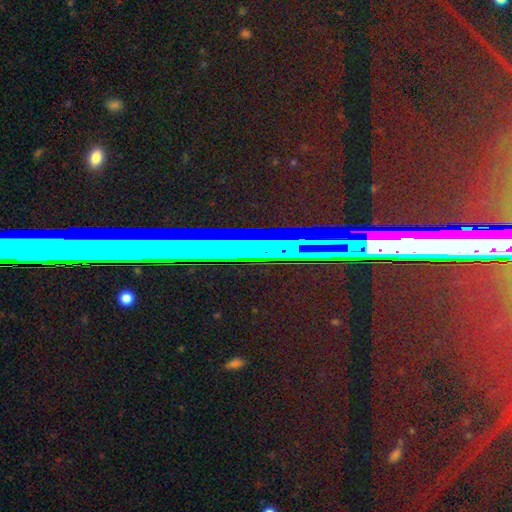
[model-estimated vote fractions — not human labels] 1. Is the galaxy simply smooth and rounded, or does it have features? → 74% star or artifact, 15% featured or disk, 11% smooth.